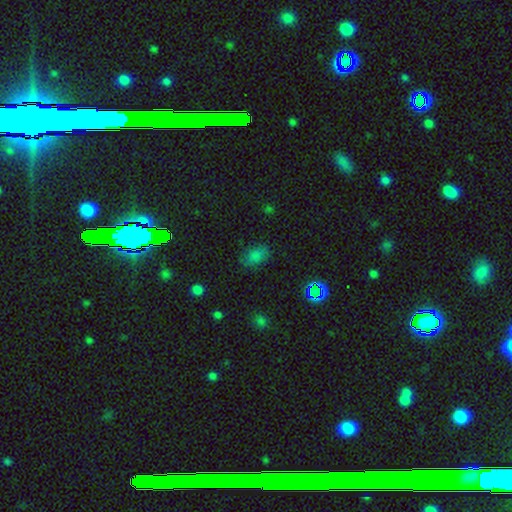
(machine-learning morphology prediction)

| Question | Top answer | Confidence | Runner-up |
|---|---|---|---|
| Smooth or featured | smooth | 73% | star or artifact (19%) |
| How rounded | in between | 88% | round (9%) |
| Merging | none | 73% | minor disturbance (19%) |